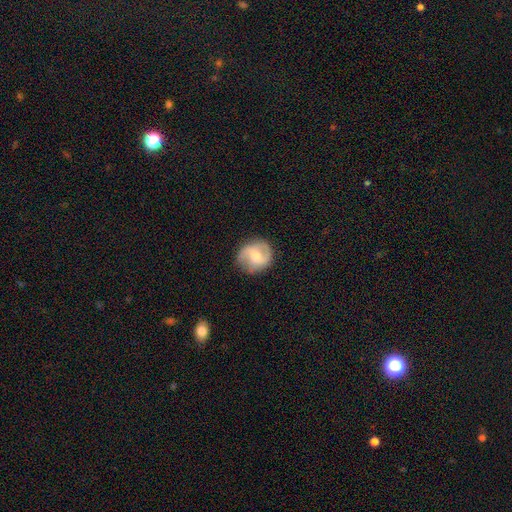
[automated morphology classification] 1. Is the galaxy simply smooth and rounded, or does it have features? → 66% featured or disk, 28% smooth, 7% star or artifact.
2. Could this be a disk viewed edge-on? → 97% no, 3% yes.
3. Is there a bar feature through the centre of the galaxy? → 44% weak, 43% no, 13% strong.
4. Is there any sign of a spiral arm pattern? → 90% yes, 10% no.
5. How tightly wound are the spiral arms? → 47% medium, 32% loose, 21% tight.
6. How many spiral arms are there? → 84% 2, 7% can't tell, 3% 3, 3% 1, 1% 4, 1% more than 4.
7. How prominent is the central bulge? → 58% moderate, 35% small, 4% large, 2% none, 1% dominant.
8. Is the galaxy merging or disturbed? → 81% none, 14% minor disturbance, 4% major disturbance, 1% merger.